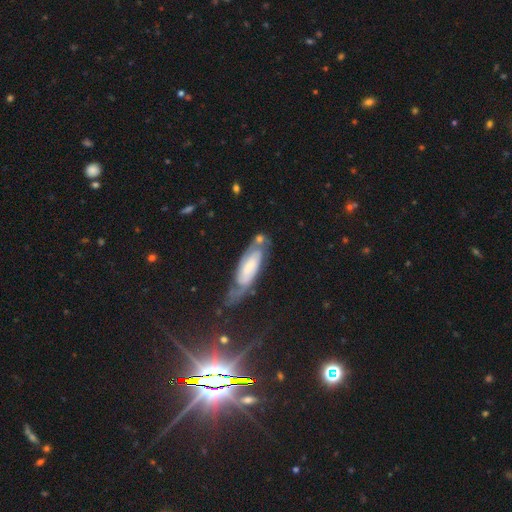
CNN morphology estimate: featured or disk 74%, smooth 19%, star or artifact 6%. Down the decision tree: edge-on disk — no (89%); bar — no (44%); spiral arms — yes (94%); spiral arm count — 2 (77%); spiral winding — tight (48%); bulge size — small (54%); merging — none (55%).